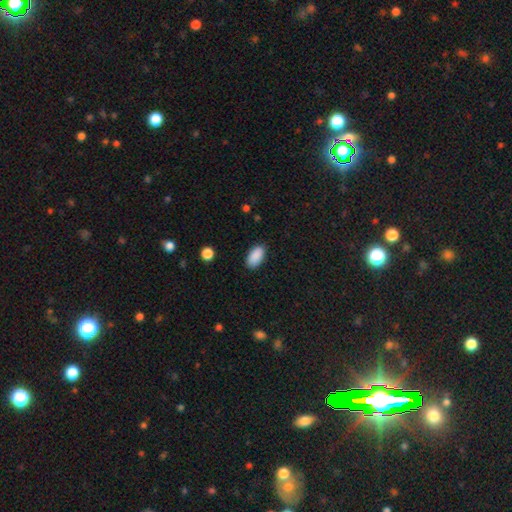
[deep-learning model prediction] A smooth galaxy with no disk features (90%) that is in between round and cigar-shaped (94%). Merging: none (87%).